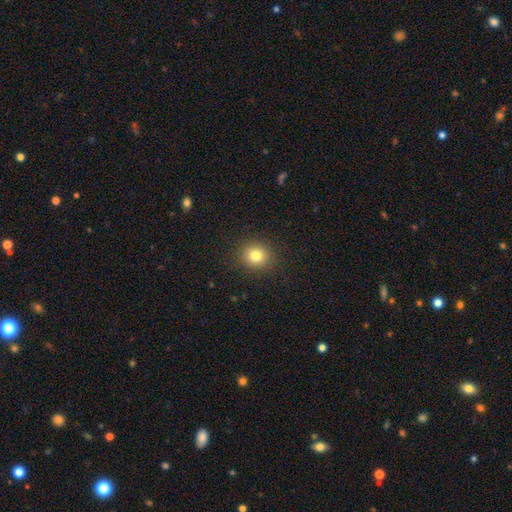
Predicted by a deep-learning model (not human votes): smooth 80%, star or artifact 12%, featured or disk 7%. Down the decision tree: how rounded — round (84%); merging — none (90%).